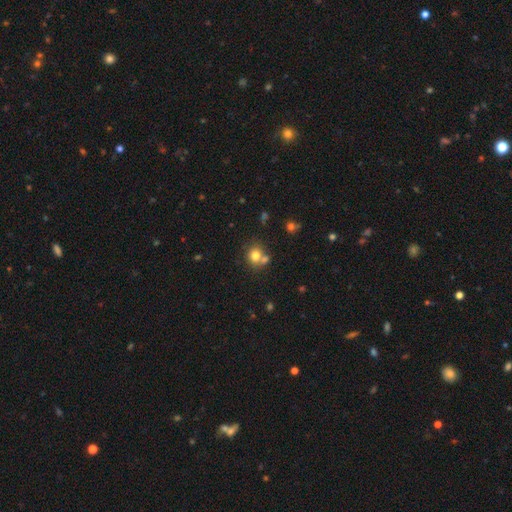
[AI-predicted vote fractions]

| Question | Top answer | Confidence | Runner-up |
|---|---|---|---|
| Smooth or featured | smooth | 76% | star or artifact (13%) |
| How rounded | round | 78% | in between (21%) |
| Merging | none | 54% | merger (33%) |